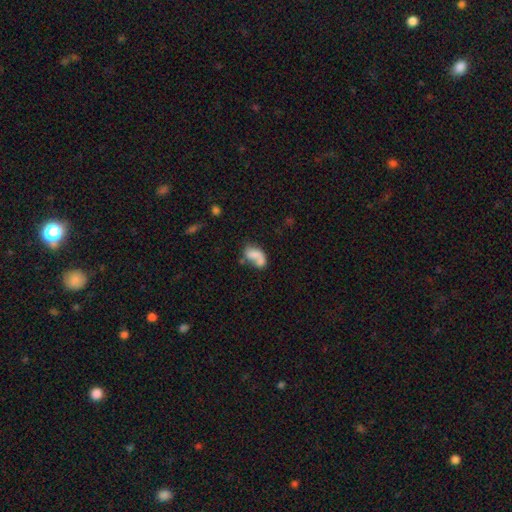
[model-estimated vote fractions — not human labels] A smooth galaxy with no disk features (63%) that is in between round and cigar-shaped (86%). Merging: merger (39%).